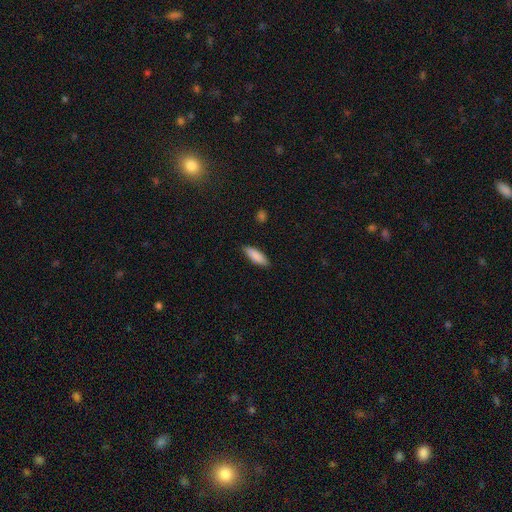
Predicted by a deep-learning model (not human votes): A smooth galaxy with no disk features (87%) that is in between round and cigar-shaped (54%).

Vote fractions:
- Smooth or featured? smooth: 87% / featured or disk: 7% / star or artifact: 6%
- How rounded? in between: 54% / cigar-shaped: 44% / round: 2%
- Merging? none: 86% / minor disturbance: 11% / major disturbance: 2% / merger: 1%